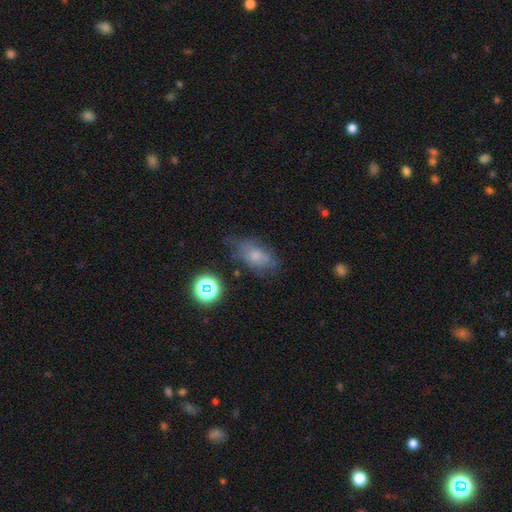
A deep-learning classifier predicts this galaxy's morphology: A smooth galaxy with no disk features (63%) that is in between round and cigar-shaped (86%).

Vote fractions:
- Smooth or featured? smooth: 63% / featured or disk: 22% / star or artifact: 15%
- How rounded? in between: 86% / round: 9% / cigar-shaped: 5%
- Merging? none: 60% / minor disturbance: 26% / major disturbance: 11% / merger: 3%